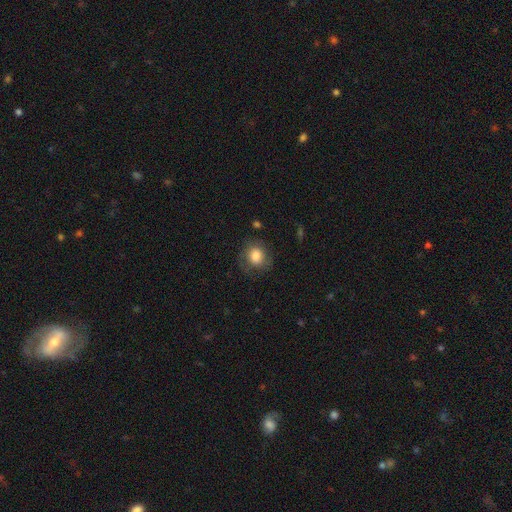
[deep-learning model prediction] Overall: smooth (73%). How rounded: round (71%). Merging: none (66%).